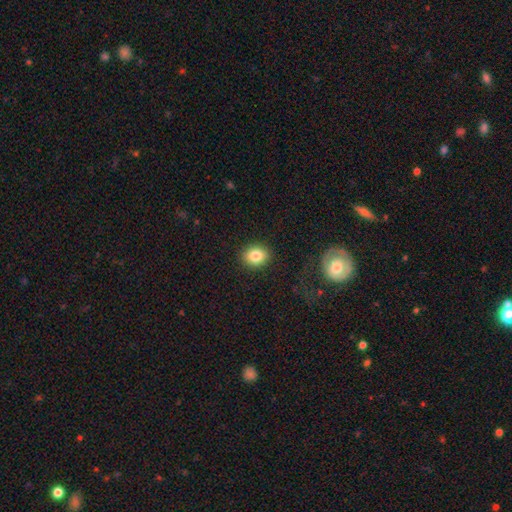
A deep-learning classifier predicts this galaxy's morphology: Smooth or featured? Predicted: smooth (p=0.82). How rounded? Predicted: round (p=0.59). Merging? Predicted: none (p=0.90).